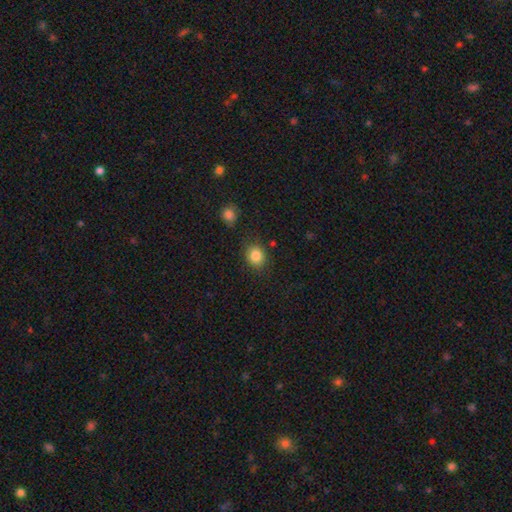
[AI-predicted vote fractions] Smooth or featured? smooth (84%)
How rounded? round (72%)
Merging? none (82%)